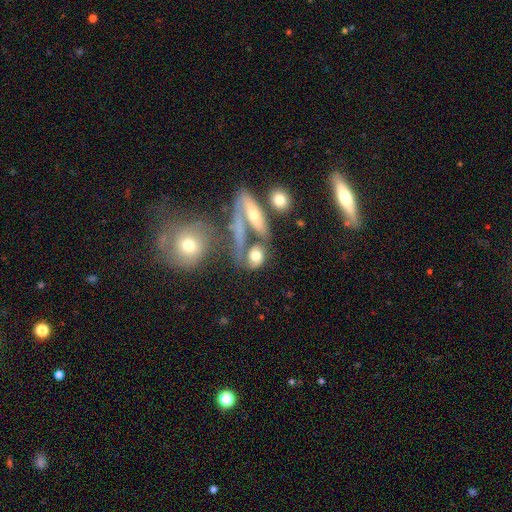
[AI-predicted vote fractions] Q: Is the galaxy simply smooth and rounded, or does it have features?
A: smooth — 68%.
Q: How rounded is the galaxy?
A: in between — 58%.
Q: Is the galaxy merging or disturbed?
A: none — 44%.